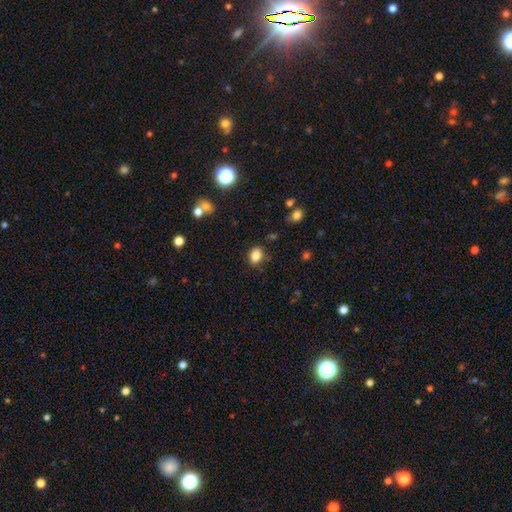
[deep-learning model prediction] smooth 84%, star or artifact 10%, featured or disk 6%. Down the decision tree: how rounded — in between (70%); merging — none (84%).